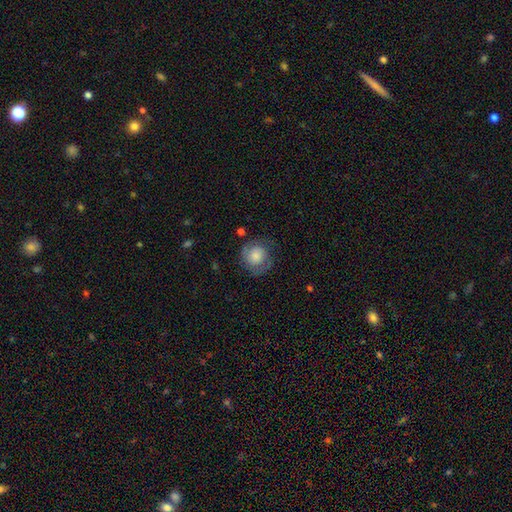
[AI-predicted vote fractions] The model was most divided on "smooth or featured": smooth: 53%, featured or disk: 39%, star or artifact: 8%. More confident: how rounded — round (87%); merging — none (70%).